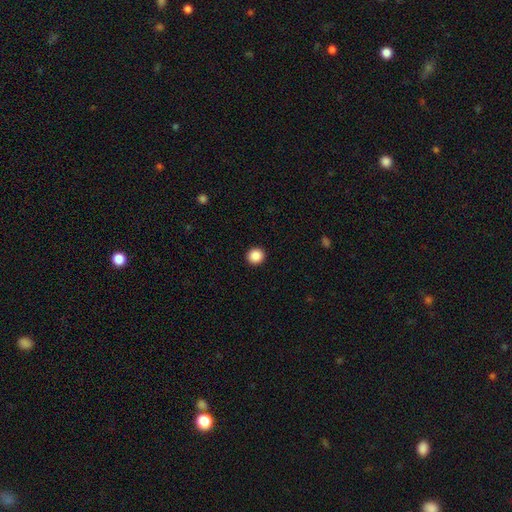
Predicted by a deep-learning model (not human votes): smooth 88%, star or artifact 9%, featured or disk 3%. Down the decision tree: how rounded — round (93%); merging — none (93%).